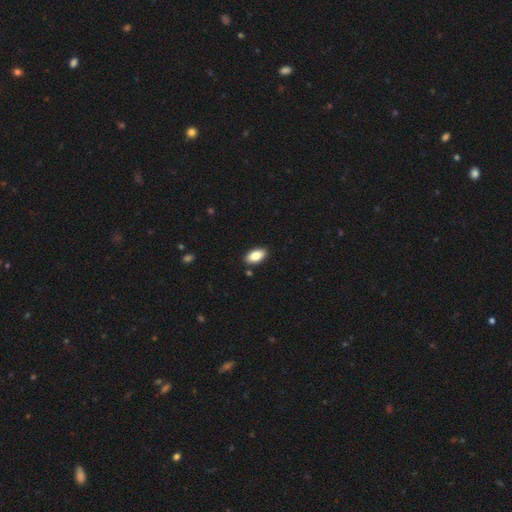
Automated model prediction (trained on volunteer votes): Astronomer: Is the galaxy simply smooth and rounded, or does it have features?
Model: smooth — 82%.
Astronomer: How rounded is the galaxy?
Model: in between — 93%.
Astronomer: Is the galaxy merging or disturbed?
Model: none — 89%.